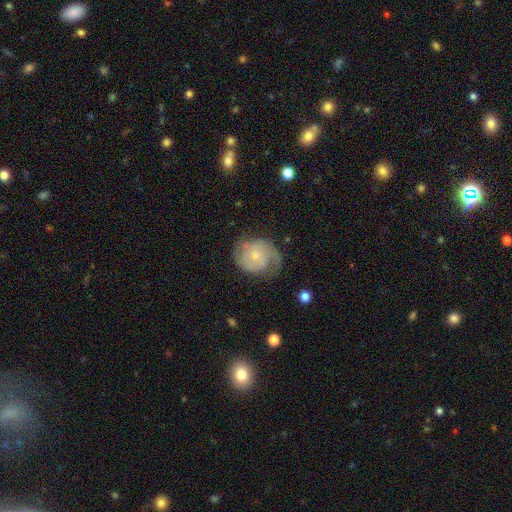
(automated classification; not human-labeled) This is likely a featured or disk galaxy (64%). It is clearly not viewed edge-on (98%). Bar: likely no (73%). Spiral arm pattern: clearly yes (88%). Spiral arm count: possibly 2 (59%). Spiral winding: marginally medium (41%). Central bulge: likely small (63%). Merging: possibly none (57%).